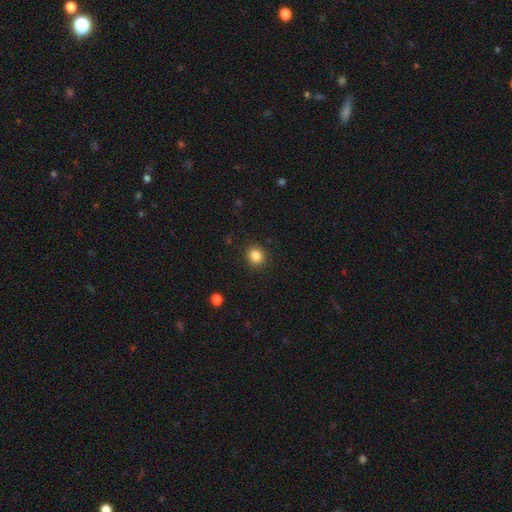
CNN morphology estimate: This appears to be a smooth galaxy with no disk features (85%) that is round (83%). Merging: none (90%).